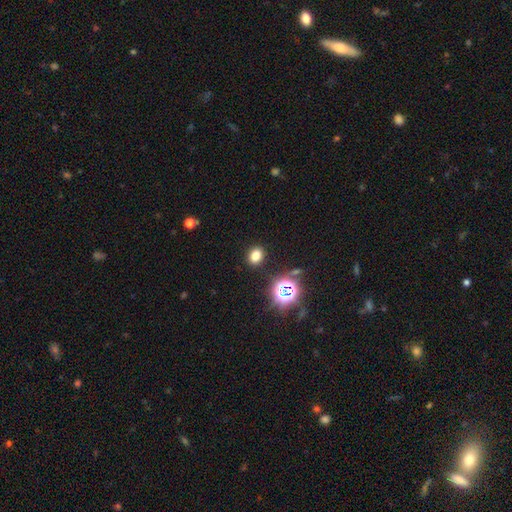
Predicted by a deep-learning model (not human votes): Smooth or featured: smooth — 73% (star or artifact — 20%)
How rounded: in between — 56% (round — 43%)
Merging: none — 88% (minor disturbance — 7%)